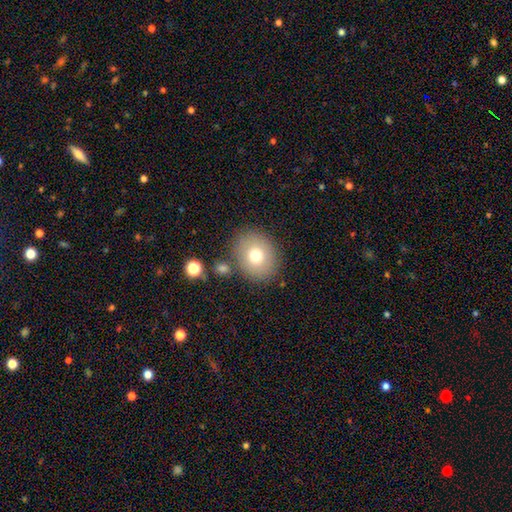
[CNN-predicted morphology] type=smooth (73%); roundness=round (56%); merging=none (81%).